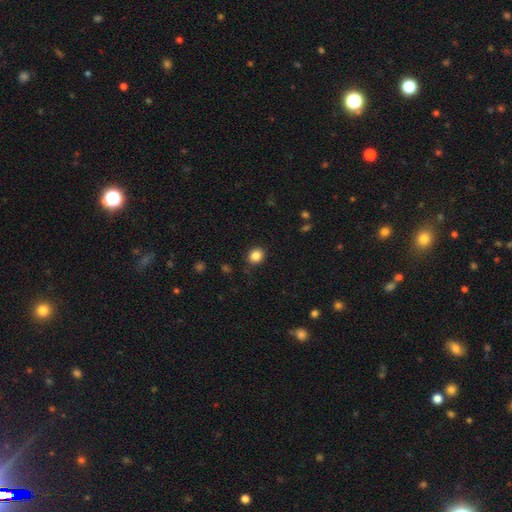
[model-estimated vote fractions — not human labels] Smooth or featured: smooth — 86% (star or artifact — 10%)
How rounded: round — 73% (in between — 26%)
Merging: none — 87% (minor disturbance — 10%)